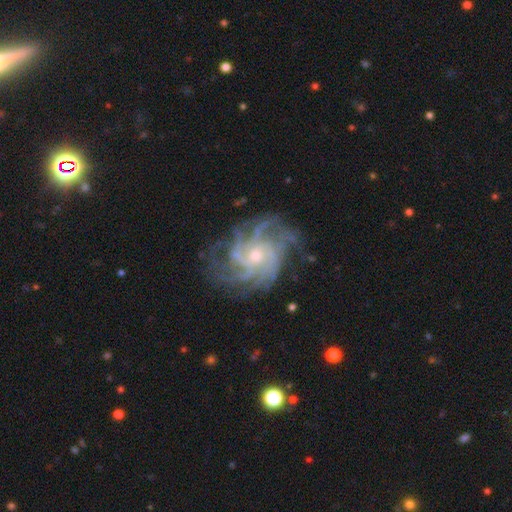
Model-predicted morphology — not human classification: Q: Smooth or featured?
A: featured or disk (89%); runner-up: star or artifact (6%)
Q: Edge-on disk?
A: no (98%); runner-up: yes (2%)
Q: Bar?
A: no (73%); runner-up: weak (23%)
Q: Spiral arms?
A: yes (97%); runner-up: no (3%)
Q: Spiral winding?
A: tight (55%); runner-up: medium (37%)
Q: Spiral arm count?
A: 4 (29%); runner-up: more than 4 (24%)
Q: Bulge size?
A: small (66%); runner-up: moderate (30%)
Q: Merging?
A: none (72%); runner-up: minor disturbance (16%)